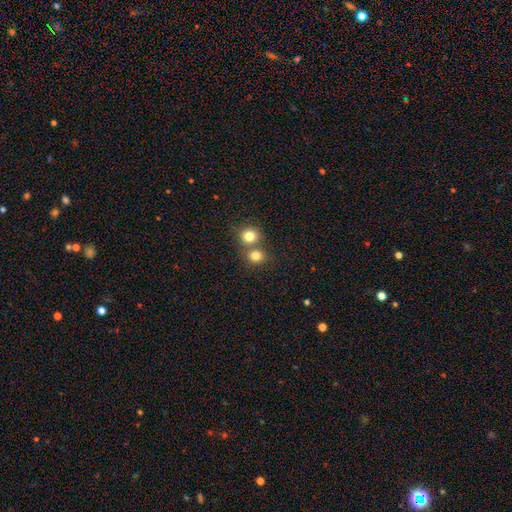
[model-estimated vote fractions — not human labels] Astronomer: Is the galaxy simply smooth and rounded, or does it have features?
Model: smooth — 80%.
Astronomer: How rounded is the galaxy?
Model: round — 83%.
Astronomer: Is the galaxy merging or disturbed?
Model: none — 50% (runner-up: merger, 42%).